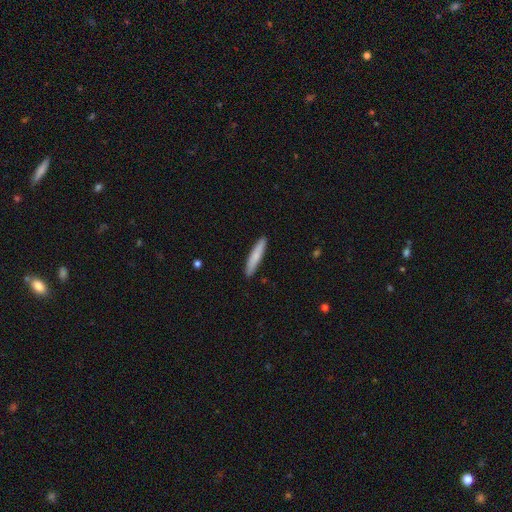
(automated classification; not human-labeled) Smooth or featured? smooth (78%)
How rounded? cigar-shaped (91%)
Merging? none (90%)